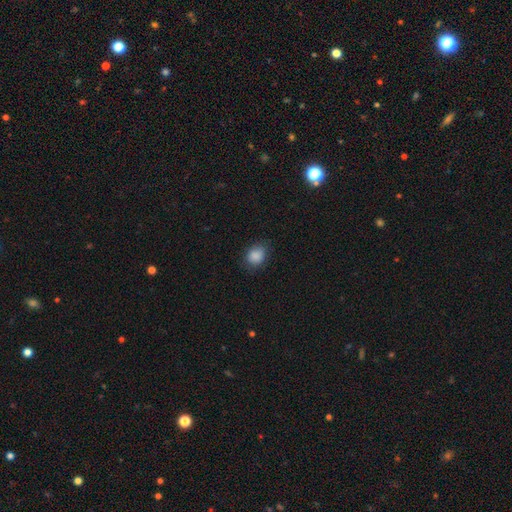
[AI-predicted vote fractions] This appears to be a smooth galaxy with no disk features (86%) that is round (53%). Merging: none (74%).